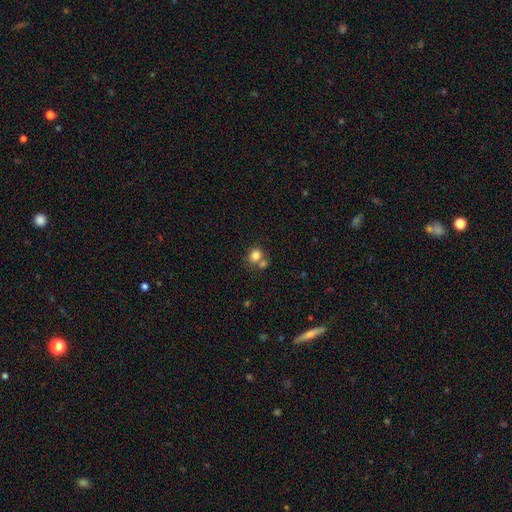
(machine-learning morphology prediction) smooth-or-featured: smooth: 80% | star or artifact: 11% | featured or disk: 9%
  how-rounded: round: 73% | in between: 26% | cigar-shaped: 1%
  merging: none: 48% | merger: 38% | minor disturbance: 10% | major disturbance: 4%